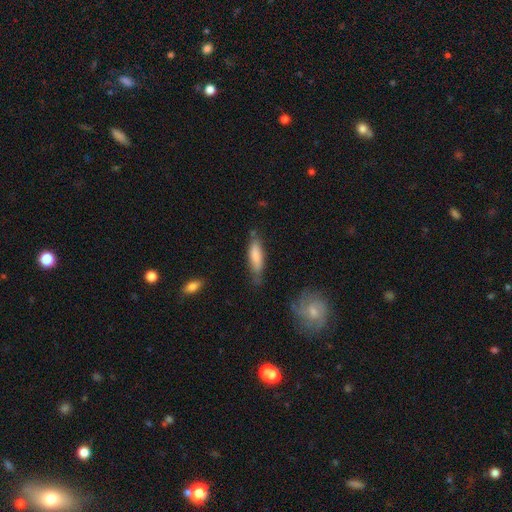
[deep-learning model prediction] Morphology: type=smooth (79%); roundness=cigar-shaped (56%); merging=none (63%).